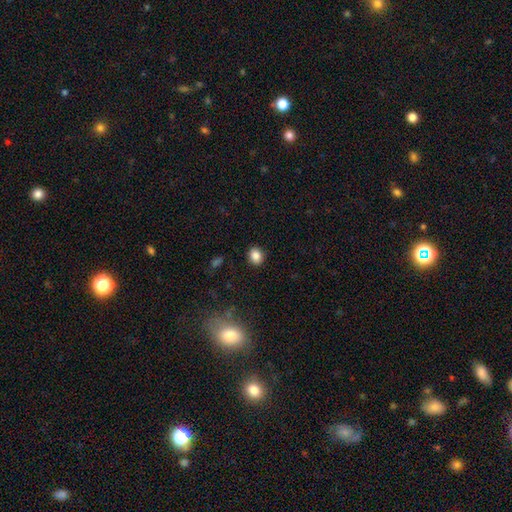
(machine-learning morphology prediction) type=smooth (85%); roundness=round (58%); merging=none (89%).